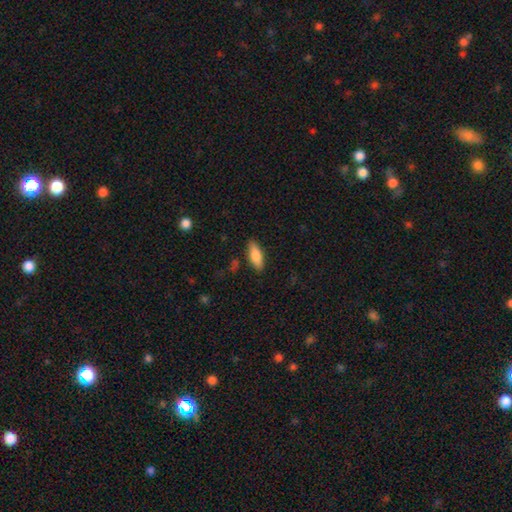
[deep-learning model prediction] Smooth or featured? Predicted: smooth (p=0.82). How rounded? Predicted: in between (p=0.69). Merging? Predicted: none (p=0.86).